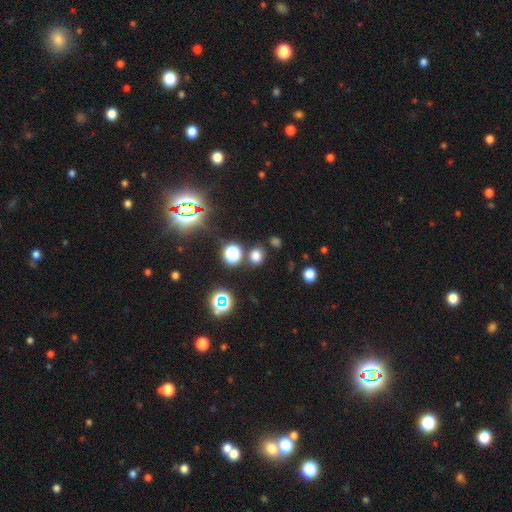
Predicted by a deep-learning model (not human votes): smooth 68%, star or artifact 26%, featured or disk 6%. Down the decision tree: how rounded — round (72%); merging — none (82%).